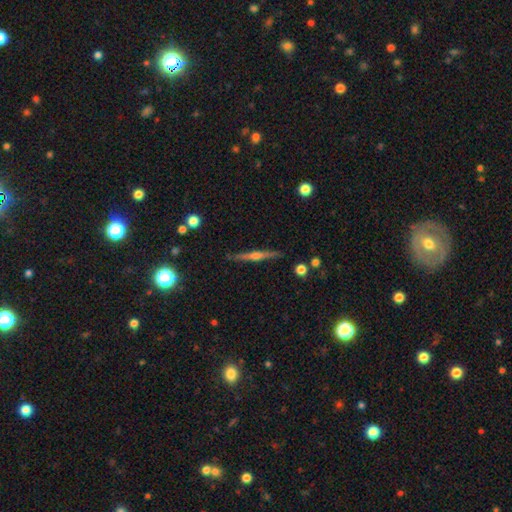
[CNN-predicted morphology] Smooth or featured? featured or disk (76%)
Edge-on disk? yes (98%)
Edge-on bulge? rounded (87%)
Merging? none (90%)